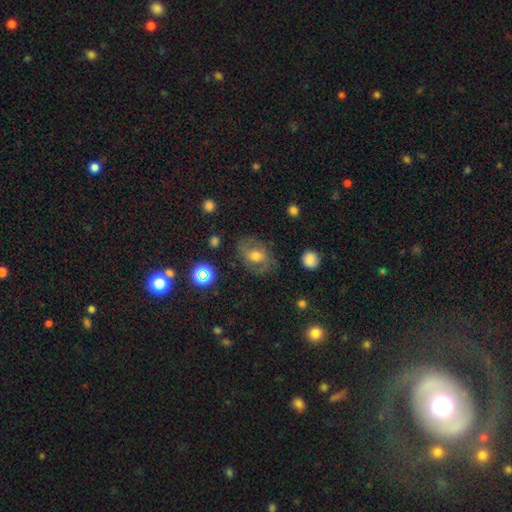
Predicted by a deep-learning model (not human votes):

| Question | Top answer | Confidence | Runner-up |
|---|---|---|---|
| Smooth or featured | featured or disk | 48% | smooth (39%) |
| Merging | none | 74% | minor disturbance (17%) |